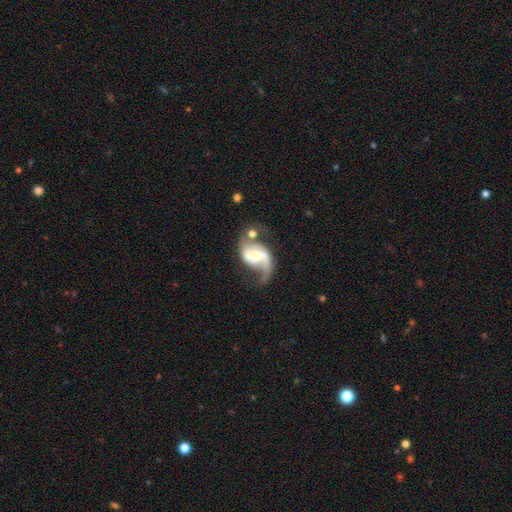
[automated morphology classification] Smooth or featured?
  - featured or disk: 86% *
  - smooth: 8%
  - star or artifact: 5%
Edge-on disk?
  - no: 98% *
  - yes: 2%
Bar?
  - weak: 42% *
  - no: 40%
  - strong: 18%
Spiral arms?
  - yes: 96% *
  - no: 4%
Spiral winding?
  - loose: 59% *
  - medium: 34%
  - tight: 7%
Spiral arm count?
  - 2: 83% *
  - 1: 12%
  - can't tell: 3%
  - 3: 1%
  - 4: 1%
  - more than 4: 1%
Bulge size?
  - moderate: 44% *
  - small: 43%
  - large: 6%
  - none: 5%
  - dominant: 2%
Merging?
  - none: 48% *
  - major disturbance: 20%
  - minor disturbance: 19%
  - merger: 13%